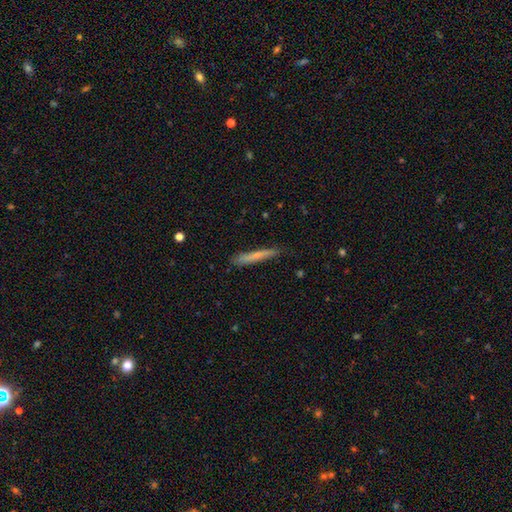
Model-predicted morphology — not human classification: smooth_or_featured: smooth (p=0.62) [alt: featured or disk p=0.31]
how_rounded: cigar-shaped (p=0.95) [alt: in between p=0.03]
merging: none (p=0.82) [alt: minor disturbance p=0.15]